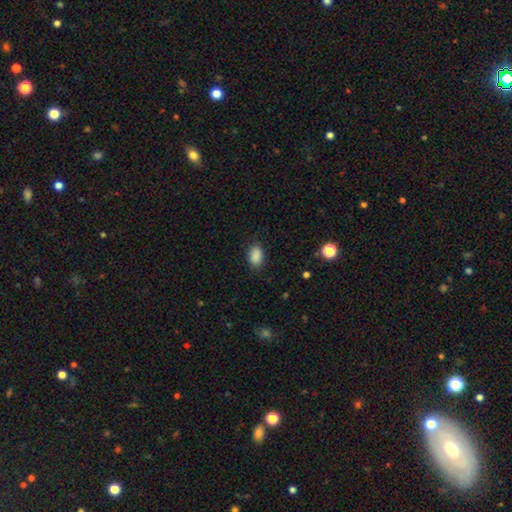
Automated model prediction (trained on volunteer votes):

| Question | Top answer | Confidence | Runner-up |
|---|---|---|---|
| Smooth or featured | smooth | 88% | star or artifact (8%) |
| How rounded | in between | 89% | round (8%) |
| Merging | none | 84% | minor disturbance (12%) |